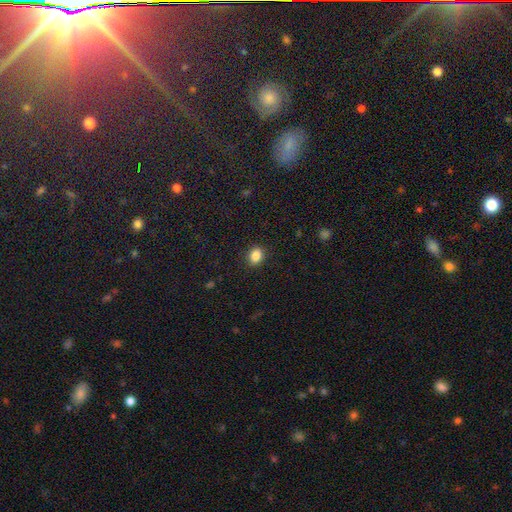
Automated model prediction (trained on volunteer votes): A smooth galaxy with no disk features (86%) that is in between round and cigar-shaped (56%). Merging: none (89%).